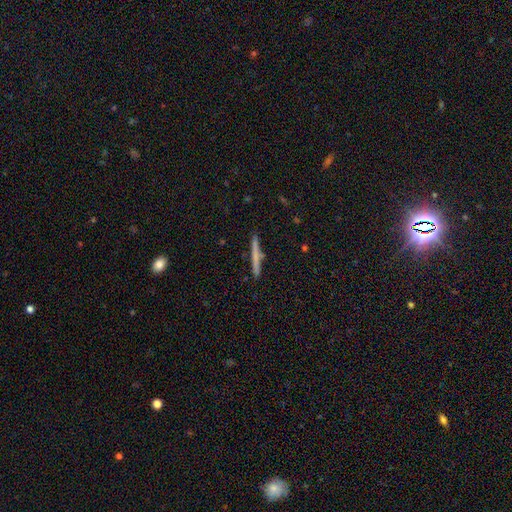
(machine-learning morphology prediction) smooth_or_featured: smooth (p=0.58) [alt: featured or disk p=0.36]
how_rounded: cigar-shaped (p=0.96) [alt: in between p=0.02]
merging: none (p=0.90) [alt: minor disturbance p=0.07]